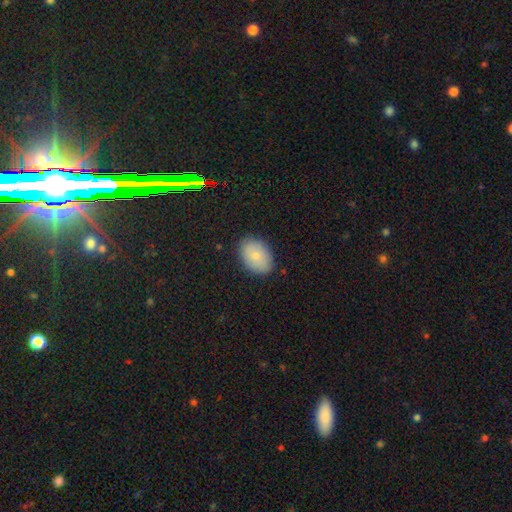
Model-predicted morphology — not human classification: smooth 77%, featured or disk 15%, star or artifact 8%. Down the decision tree: how rounded — in between (81%); merging — none (84%).